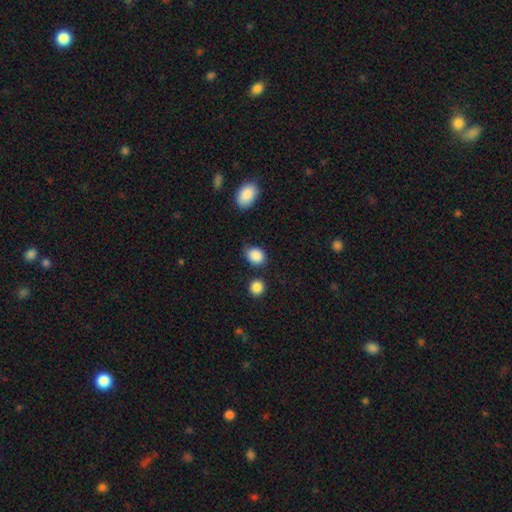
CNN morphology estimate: smooth-or-featured: smooth: 88% | star or artifact: 9% | featured or disk: 4%
  how-rounded: round: 53% | in between: 46% | cigar-shaped: 1%
  merging: none: 71% | minor disturbance: 20% | merger: 5% | major disturbance: 5%